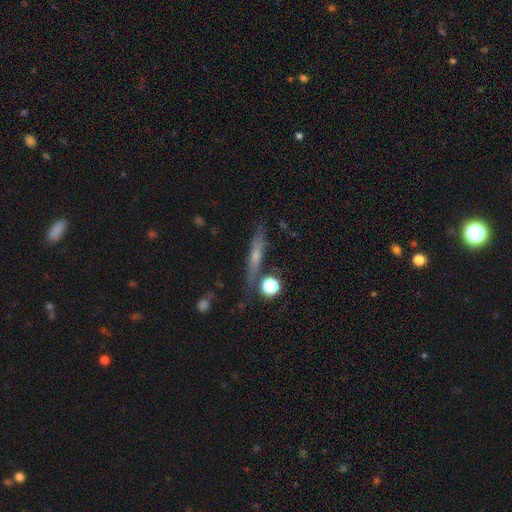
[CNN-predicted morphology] type=featured or disk (47%); merging=none (75%).